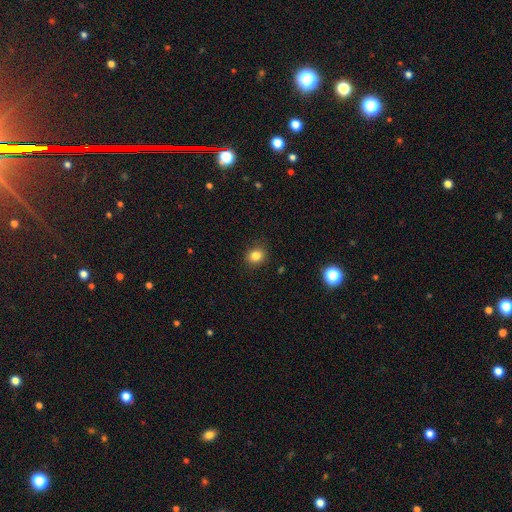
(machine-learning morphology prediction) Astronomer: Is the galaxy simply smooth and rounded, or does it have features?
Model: smooth — 83%.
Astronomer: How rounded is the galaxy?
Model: round — 72%.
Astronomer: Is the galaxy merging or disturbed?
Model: none — 89%.